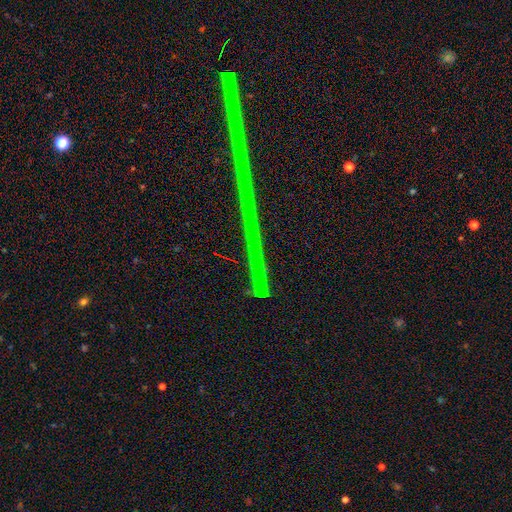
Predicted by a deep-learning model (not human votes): star or artifact 78%, featured or disk 14%, smooth 8%.